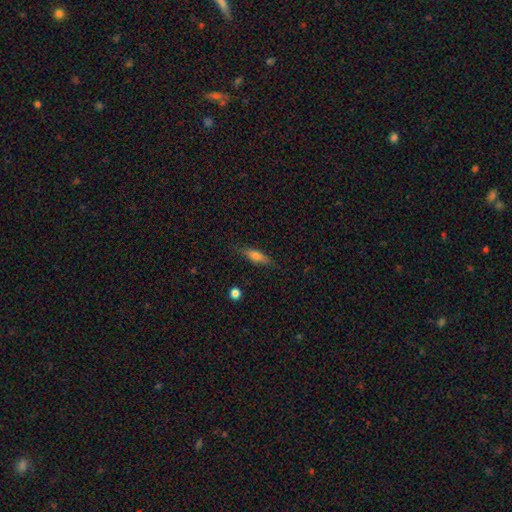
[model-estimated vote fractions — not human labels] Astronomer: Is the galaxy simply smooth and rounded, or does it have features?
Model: smooth — 64%.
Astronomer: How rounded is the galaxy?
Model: cigar-shaped — 53% (runner-up: in between, 44%).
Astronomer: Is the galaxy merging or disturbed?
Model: none — 81%.